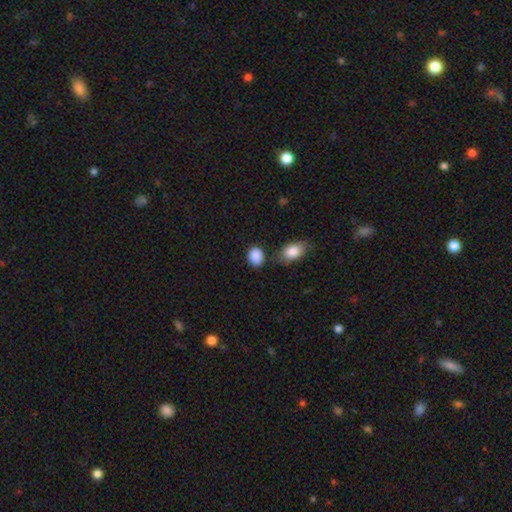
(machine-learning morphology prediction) This is clearly a smooth galaxy (89%). How rounded: possibly in between (59%). Merging: likely none (74%).